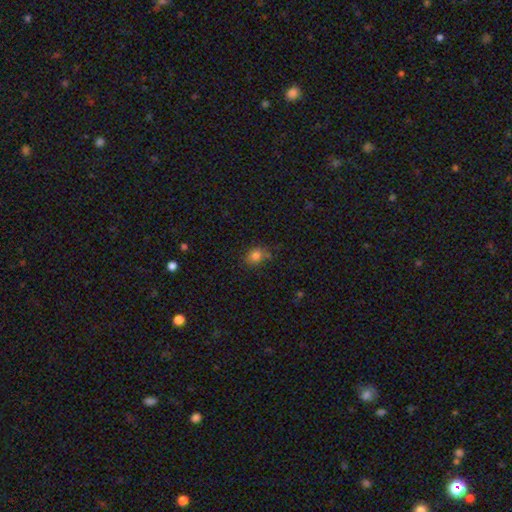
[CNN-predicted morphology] A smooth galaxy with no disk features (80%) that is round (53%).

Vote fractions:
- Smooth or featured? smooth: 80% / star or artifact: 14% / featured or disk: 7%
- How rounded? round: 53% / in between: 46% / cigar-shaped: 1%
- Merging? none: 72% / minor disturbance: 19% / major disturbance: 5% / merger: 4%